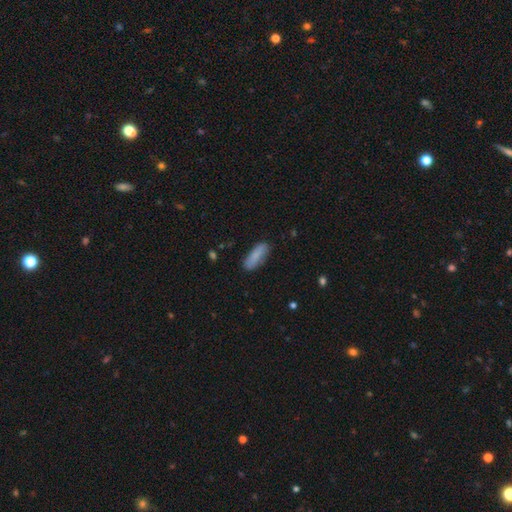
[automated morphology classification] Smooth or featured?
  - smooth: 86% *
  - featured or disk: 8%
  - star or artifact: 6%
How rounded?
  - in between: 55% *
  - cigar-shaped: 43%
  - round: 2%
Merging?
  - none: 83% *
  - minor disturbance: 13%
  - major disturbance: 3%
  - merger: 1%